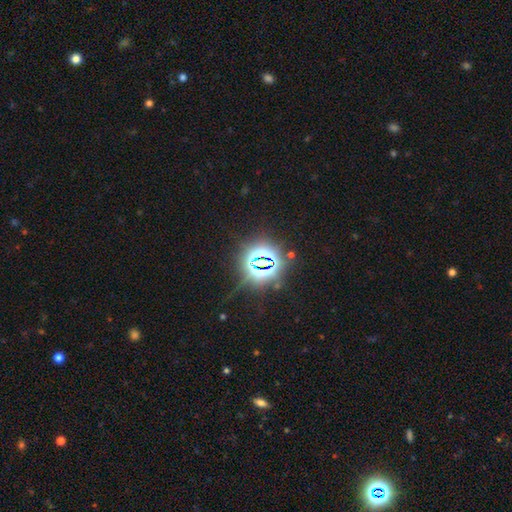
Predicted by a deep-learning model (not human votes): Overall: star or artifact (83%).